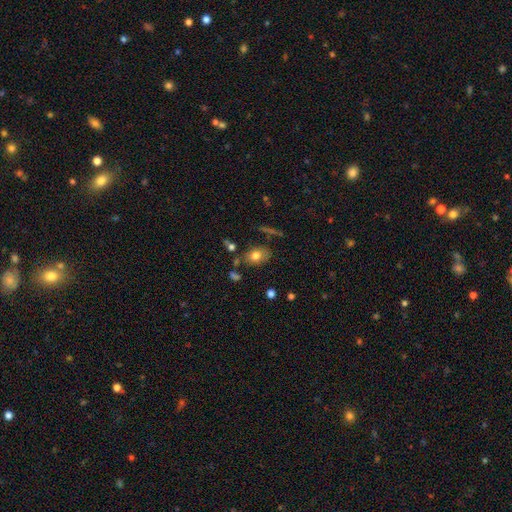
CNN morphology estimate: smooth 76%, featured or disk 14%, star or artifact 10%. Down the decision tree: how rounded — in between (74%); merging — none (71%).